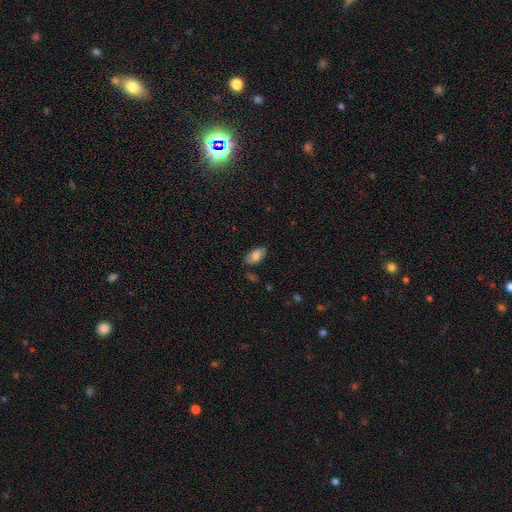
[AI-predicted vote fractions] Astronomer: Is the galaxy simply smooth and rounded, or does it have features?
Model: smooth — 75%.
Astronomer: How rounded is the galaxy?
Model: in between — 94%.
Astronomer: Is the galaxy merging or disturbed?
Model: none — 79%.